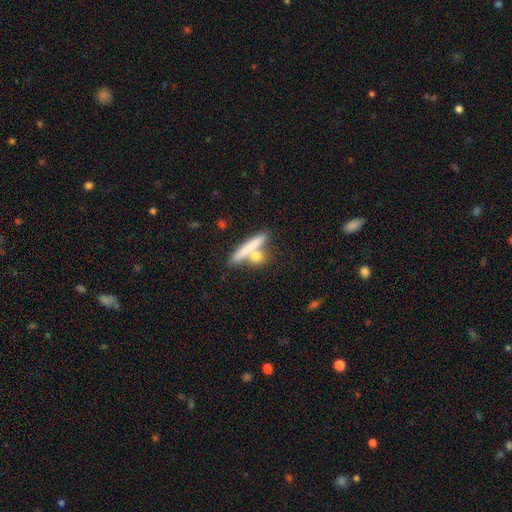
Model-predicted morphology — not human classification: The model was most divided on "merging": none: 58%, merger: 28%, minor disturbance: 10%, major disturbance: 4%. More confident: smooth or featured — smooth (72%); how rounded — cigar-shaped (58%).